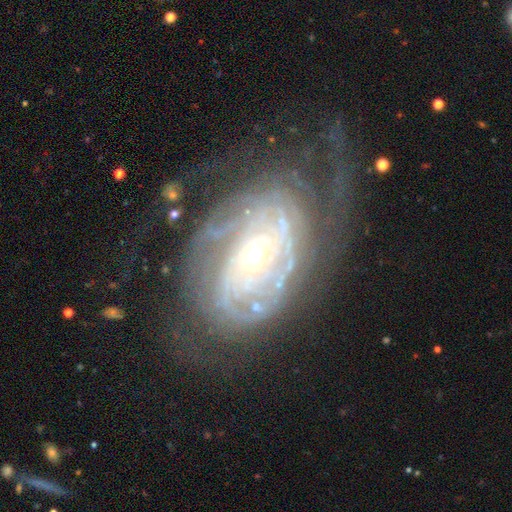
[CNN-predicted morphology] Q: Smooth or featured?
A: featured or disk (85%); runner-up: smooth (8%)
Q: Edge-on disk?
A: no (95%); runner-up: yes (5%)
Q: Bar?
A: no (69%); runner-up: weak (22%)
Q: Spiral arms?
A: yes (90%); runner-up: no (10%)
Q: Spiral winding?
A: tight (71%); runner-up: medium (22%)
Q: Spiral arm count?
A: can't tell (45%); runner-up: 2 (19%)
Q: Bulge size?
A: small (48%); runner-up: moderate (46%)
Q: Merging?
A: none (54%); runner-up: major disturbance (22%)